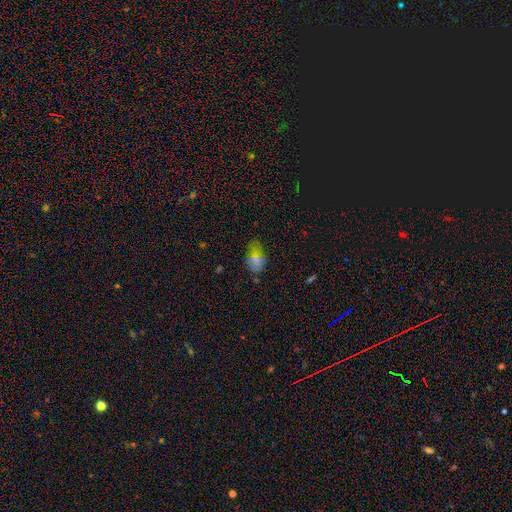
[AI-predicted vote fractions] This is likely a smooth galaxy (66%). How rounded: clearly in between (87%). Merging: possibly none (56%).